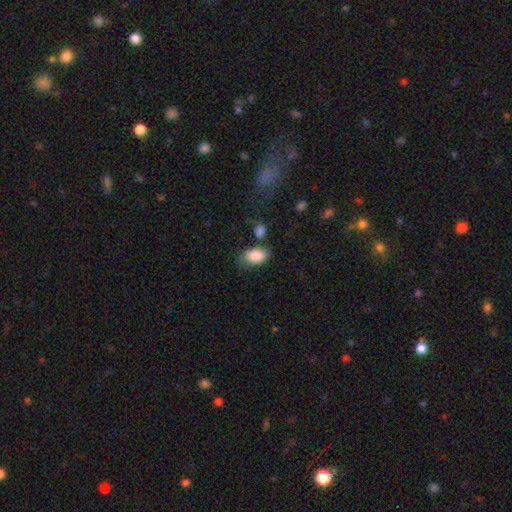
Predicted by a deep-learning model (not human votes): Q: Smooth or featured?
A: smooth (86%); runner-up: featured or disk (7%)
Q: How rounded?
A: in between (91%); runner-up: round (7%)
Q: Merging?
A: none (58%); runner-up: minor disturbance (24%)